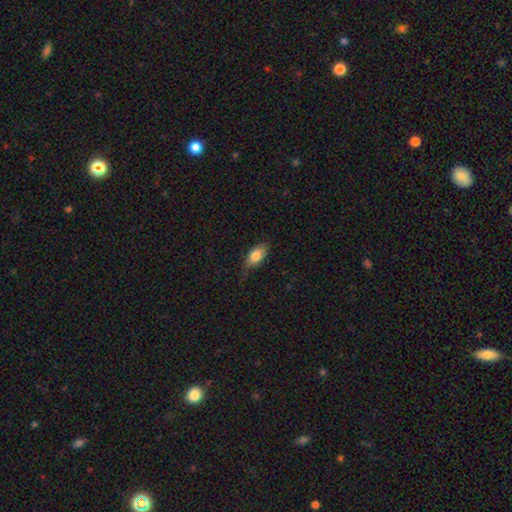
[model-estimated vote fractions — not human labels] Smooth or featured: smooth — 79% (featured or disk — 14%)
How rounded: in between — 88% (cigar-shaped — 8%)
Merging: none — 70% (minor disturbance — 24%)